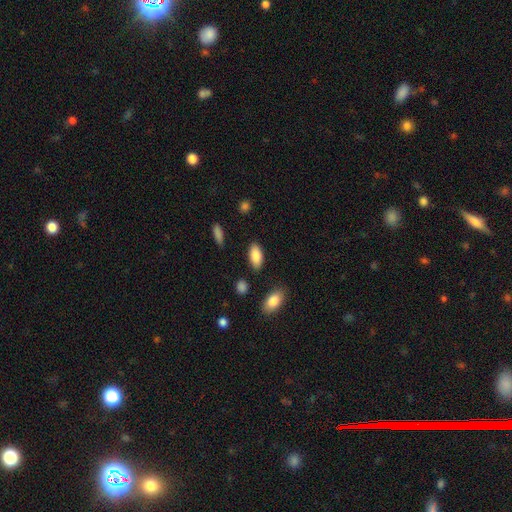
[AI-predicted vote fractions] A smooth galaxy with no disk features (86%) that is in between round and cigar-shaped (90%). Merging: none (85%).